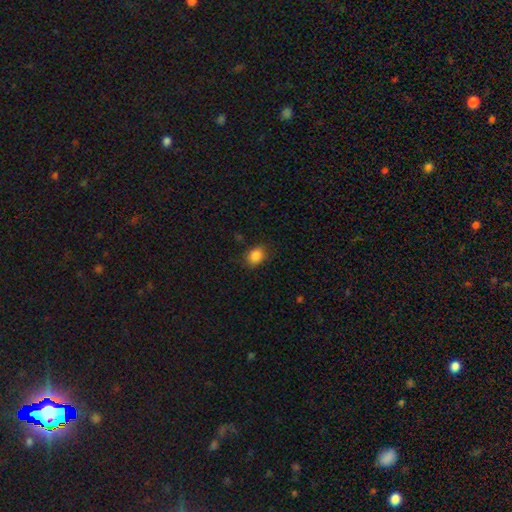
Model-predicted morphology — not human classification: Q: Smooth or featured?
A: smooth (86%); runner-up: star or artifact (9%)
Q: How rounded?
A: in between (61%); runner-up: round (38%)
Q: Merging?
A: none (83%); runner-up: minor disturbance (12%)